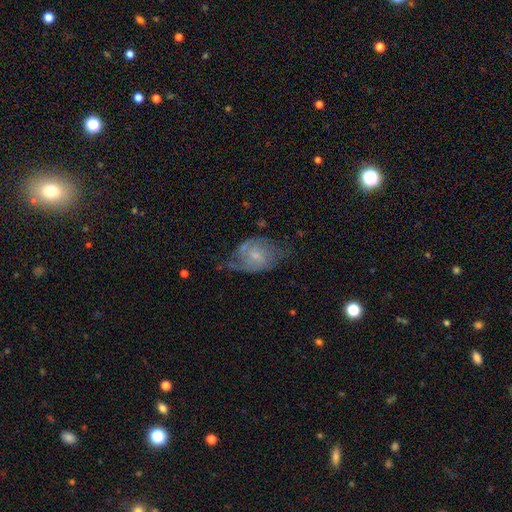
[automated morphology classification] Smooth or featured? featured or disk (63%)
Edge-on disk? no (97%)
Bar? no (57%)
Spiral arms? yes (79%)
Bulge size? small (60%)
Merging? none (42%)